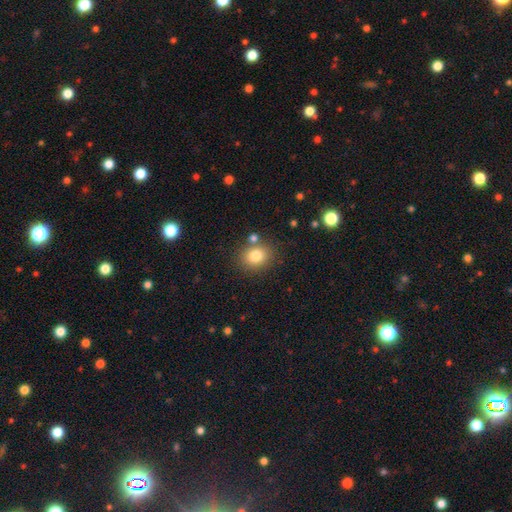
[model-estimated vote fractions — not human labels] Smooth or featured? Predicted: smooth (p=0.80). How rounded? Predicted: round (p=0.66). Merging? Predicted: none (p=0.77).